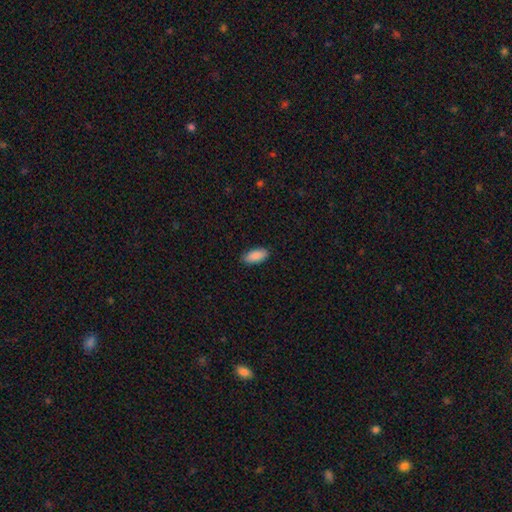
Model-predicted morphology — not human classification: smooth-or-featured: smooth: 90% | star or artifact: 6% | featured or disk: 4%
  how-rounded: in between: 89% | cigar-shaped: 9% | round: 2%
  merging: none: 88% | minor disturbance: 9% | major disturbance: 2% | merger: 1%